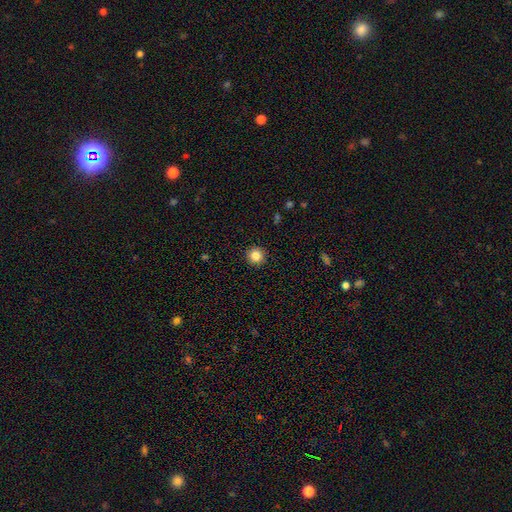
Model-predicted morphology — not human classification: Smooth or featured: smooth — 84% (star or artifact — 11%)
How rounded: round — 96% (in between — 3%)
Merging: none — 93% (minor disturbance — 5%)